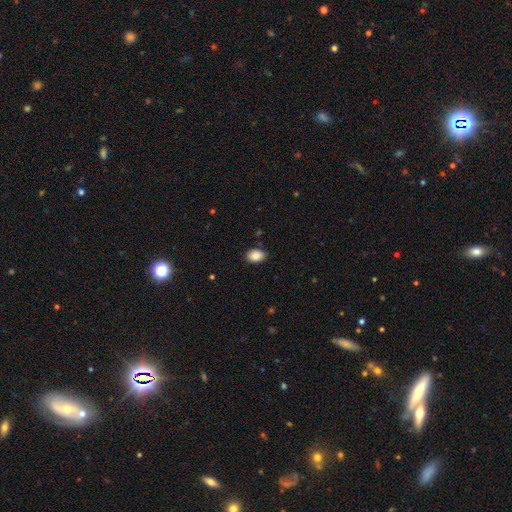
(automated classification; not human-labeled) smooth 88%, star or artifact 8%, featured or disk 4%. Down the decision tree: how rounded — in between (81%); merging — none (85%).